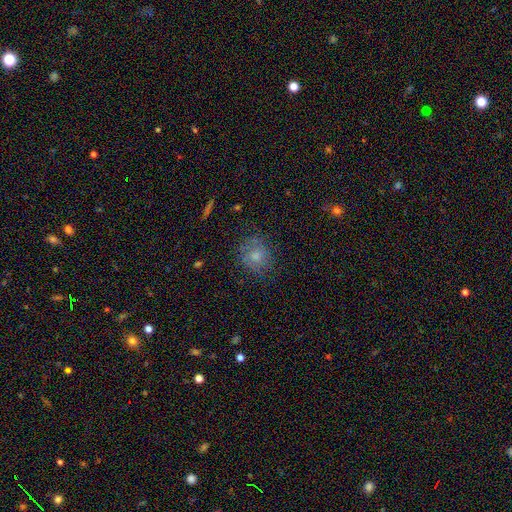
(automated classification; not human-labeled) Smooth or featured? Predicted: smooth (p=0.64). How rounded? Predicted: round (p=0.79). Merging? Predicted: none (p=0.70).